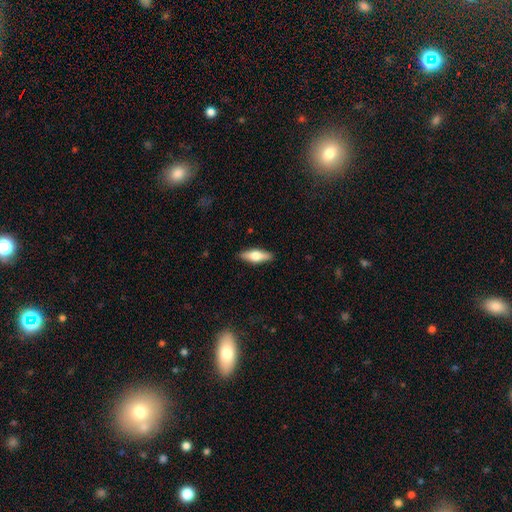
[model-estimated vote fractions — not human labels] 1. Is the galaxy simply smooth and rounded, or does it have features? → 55% smooth, 39% featured or disk, 6% star or artifact.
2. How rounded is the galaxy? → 52% in between, 45% cigar-shaped, 3% round.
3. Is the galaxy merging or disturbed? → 89% none, 8% minor disturbance, 2% major disturbance, 1% merger.